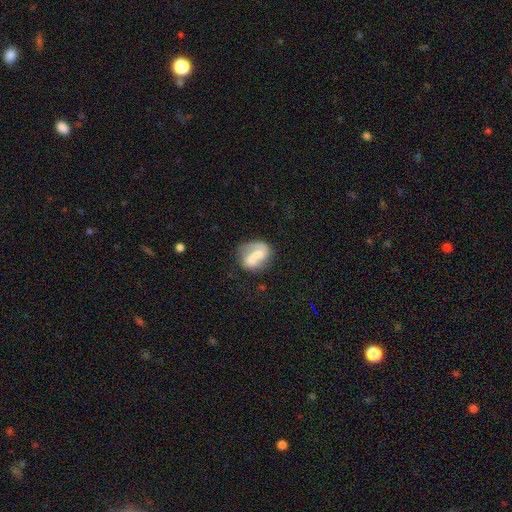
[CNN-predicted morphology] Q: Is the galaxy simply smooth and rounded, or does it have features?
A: featured or disk — 47%.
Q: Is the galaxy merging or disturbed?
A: merger — 53%.